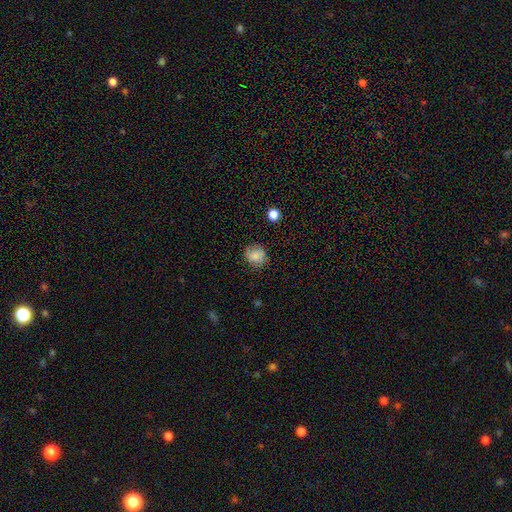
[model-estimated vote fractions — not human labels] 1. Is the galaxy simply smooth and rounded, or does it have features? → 80% smooth, 11% featured or disk, 9% star or artifact.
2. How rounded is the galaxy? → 83% round, 16% in between, 1% cigar-shaped.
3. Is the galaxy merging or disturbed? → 80% none, 15% minor disturbance, 4% major disturbance, 1% merger.